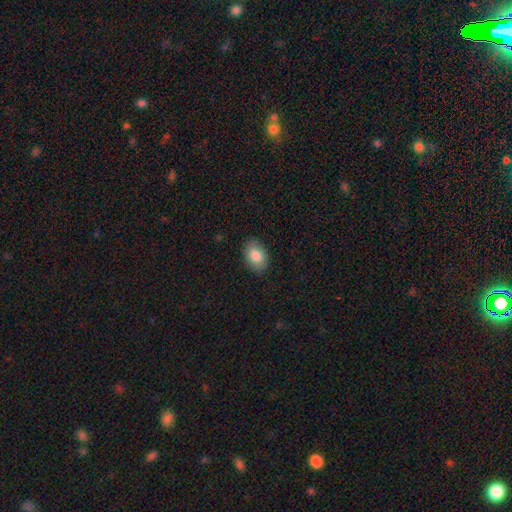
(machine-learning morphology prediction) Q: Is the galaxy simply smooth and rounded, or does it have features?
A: smooth — 84%.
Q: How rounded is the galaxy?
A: in between — 84%.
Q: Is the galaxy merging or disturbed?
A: none — 87%.